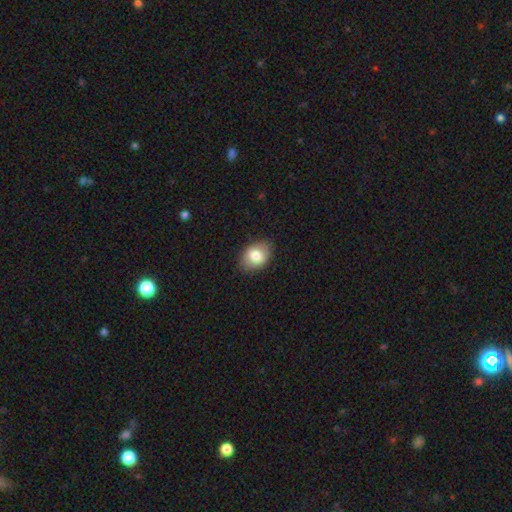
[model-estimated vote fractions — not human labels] Smooth or featured?
  - smooth: 80% *
  - featured or disk: 13%
  - star or artifact: 8%
How rounded?
  - in between: 77% *
  - round: 22%
  - cigar-shaped: 1%
Merging?
  - none: 84% *
  - minor disturbance: 12%
  - major disturbance: 3%
  - merger: 1%